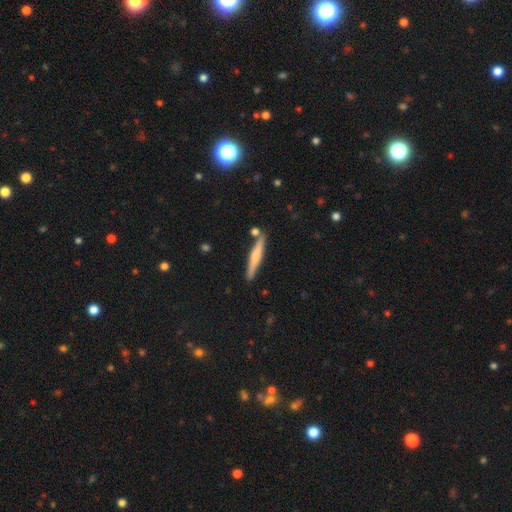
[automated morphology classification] A featured or disk galaxy (49%). Merging: none (84%).